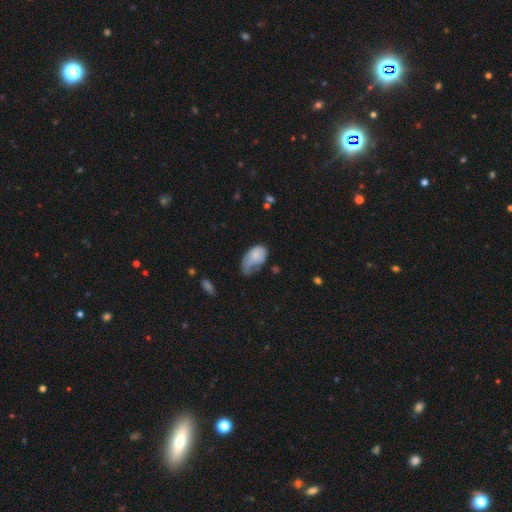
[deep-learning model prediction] smooth_or_featured: smooth (p=0.65) [alt: featured or disk p=0.28]
how_rounded: in between (p=0.90) [alt: round p=0.08]
merging: major disturbance (p=0.43) [alt: minor disturbance p=0.34]